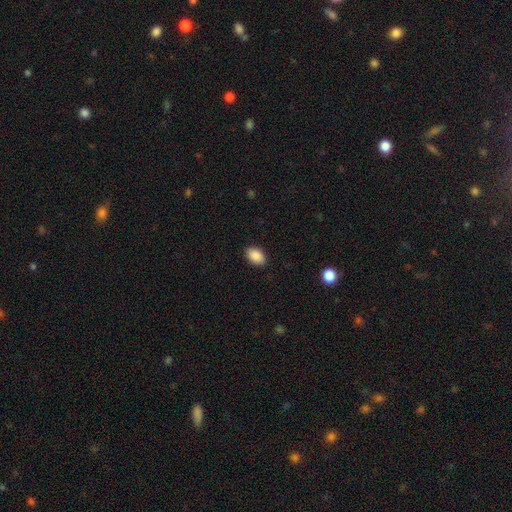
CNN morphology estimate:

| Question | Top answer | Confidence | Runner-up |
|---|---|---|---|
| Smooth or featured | smooth | 90% | star or artifact (7%) |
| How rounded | in between | 90% | round (9%) |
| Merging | none | 89% | minor disturbance (8%) |